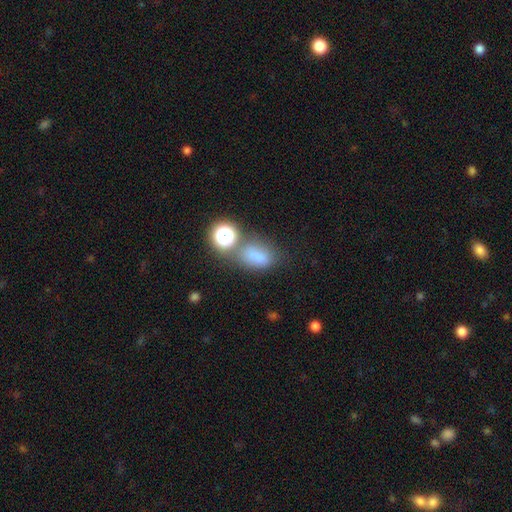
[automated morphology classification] This is likely a smooth galaxy (71%). How rounded: likely in between (66%). Merging: possibly none (52%).